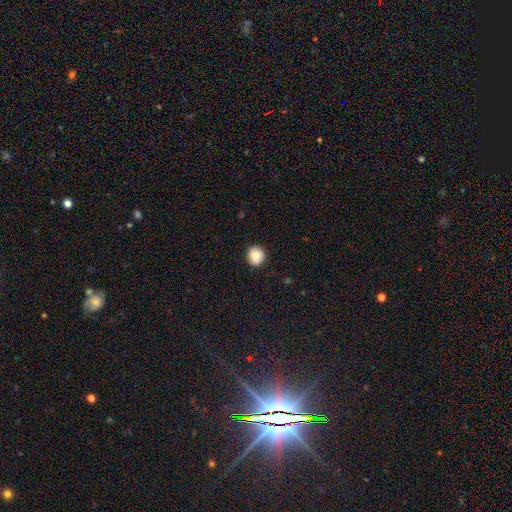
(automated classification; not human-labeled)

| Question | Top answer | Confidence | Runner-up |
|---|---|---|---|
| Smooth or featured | smooth | 85% | star or artifact (9%) |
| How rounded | round | 89% | in between (10%) |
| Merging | none | 87% | minor disturbance (10%) |